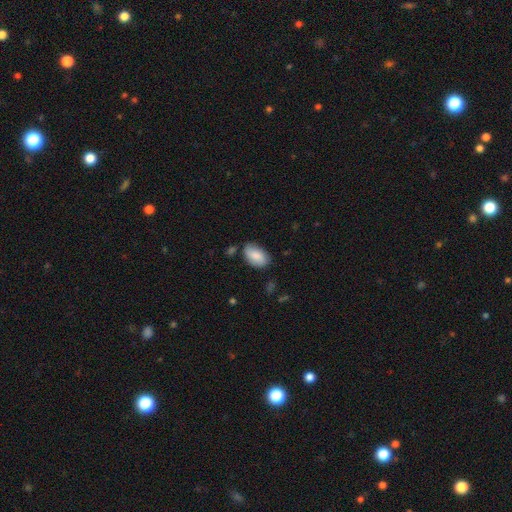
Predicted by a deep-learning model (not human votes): A smooth galaxy with no disk features (83%) that is in between round and cigar-shaped (92%).

Vote fractions:
- Smooth or featured? smooth: 83% / featured or disk: 10% / star or artifact: 6%
- How rounded? in between: 92% / round: 6% / cigar-shaped: 1%
- Merging? none: 72% / minor disturbance: 20% / major disturbance: 4% / merger: 3%